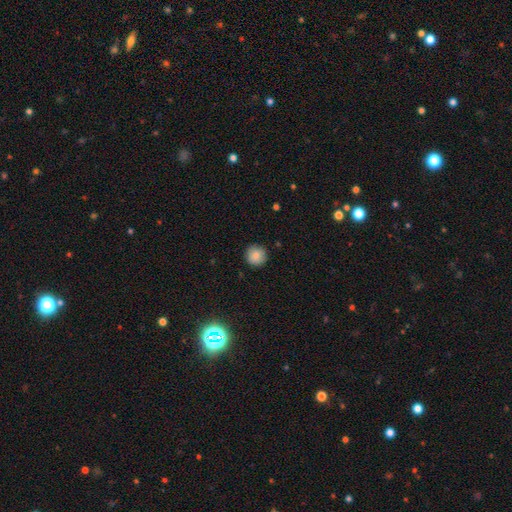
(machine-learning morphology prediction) Q: Smooth or featured?
A: smooth (84%); runner-up: star or artifact (9%)
Q: How rounded?
A: round (95%); runner-up: in between (4%)
Q: Merging?
A: none (89%); runner-up: minor disturbance (8%)